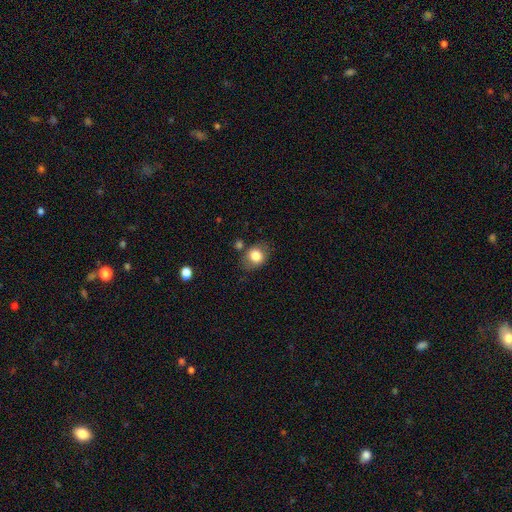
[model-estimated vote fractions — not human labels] smooth_or_featured: smooth (p=0.80) [alt: featured or disk p=0.11]
how_rounded: round (p=0.51) [alt: in between p=0.48]
merging: none (p=0.71) [alt: minor disturbance p=0.17]